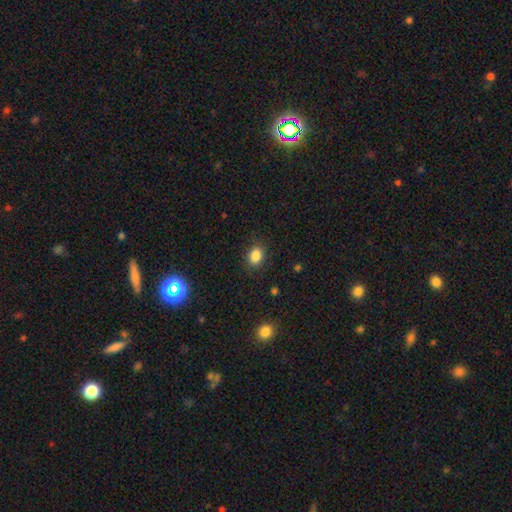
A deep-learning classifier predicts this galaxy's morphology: Smooth or featured? smooth (85%)
How rounded? in between (67%)
Merging? none (86%)